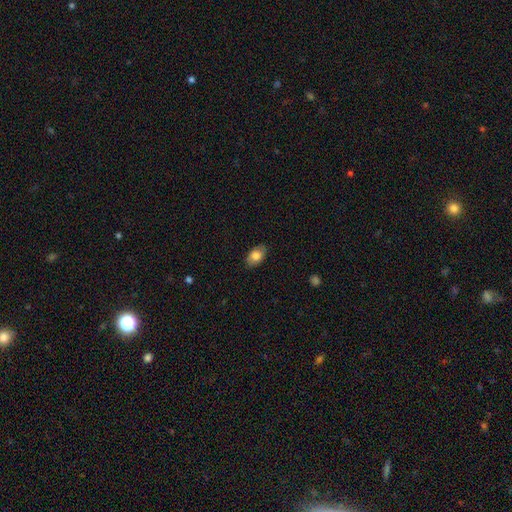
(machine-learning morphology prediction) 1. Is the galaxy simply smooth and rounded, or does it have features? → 79% smooth, 14% featured or disk, 7% star or artifact.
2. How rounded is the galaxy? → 91% in between, 7% round, 2% cigar-shaped.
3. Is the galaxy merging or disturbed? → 84% none, 12% minor disturbance, 3% major disturbance, 1% merger.